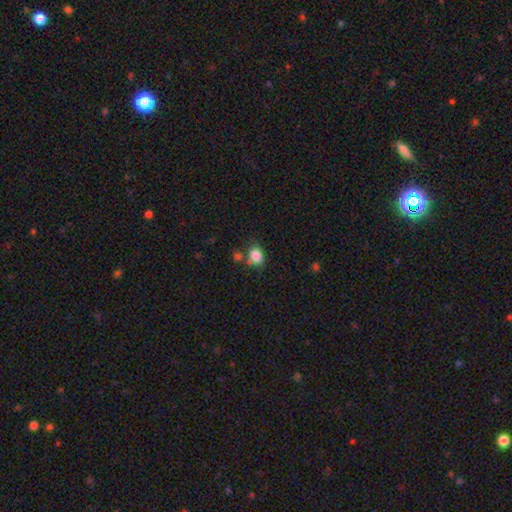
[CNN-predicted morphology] Overall: smooth (84%). How rounded: round (51%; in between 48%). Merging: none (59%).